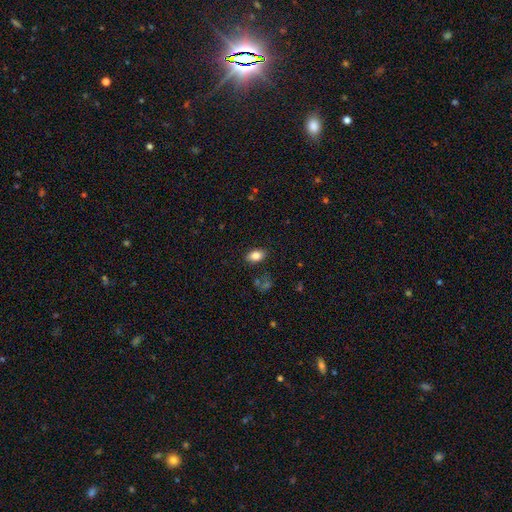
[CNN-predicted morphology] smooth_or_featured: smooth (p=0.84) [alt: star or artifact p=0.09]
how_rounded: in between (p=0.89) [alt: round p=0.09]
merging: none (p=0.83) [alt: minor disturbance p=0.11]